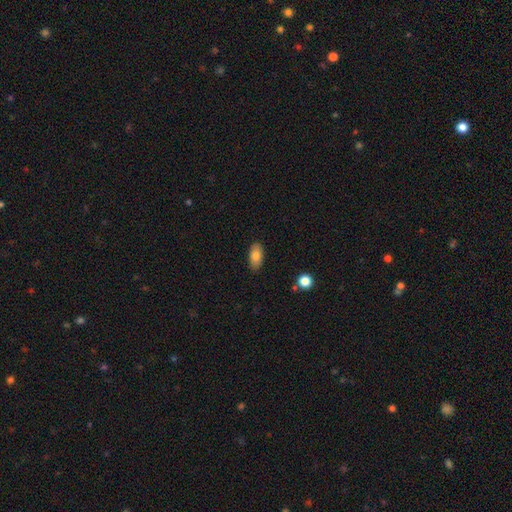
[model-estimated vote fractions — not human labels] smooth_or_featured: smooth (p=0.81) [alt: featured or disk p=0.11]
how_rounded: in between (p=0.91) [alt: cigar-shaped p=0.06]
merging: none (p=0.87) [alt: minor disturbance p=0.10]